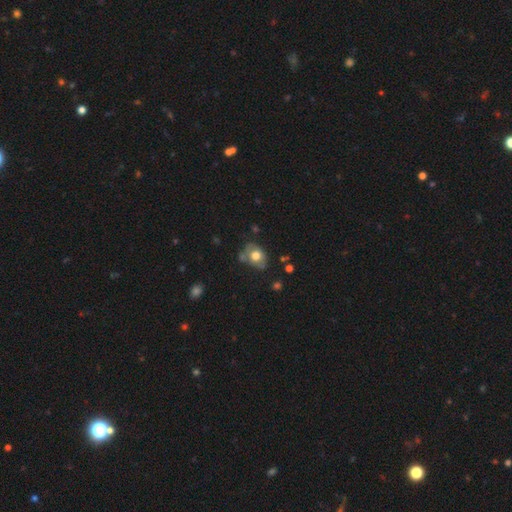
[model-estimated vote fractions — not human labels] Smooth or featured: smooth — 67% (featured or disk — 24%)
How rounded: in between — 62% (round — 37%)
Merging: none — 51% (minor disturbance — 28%)